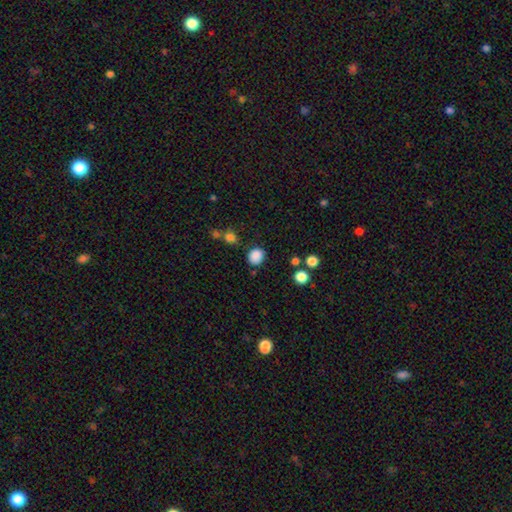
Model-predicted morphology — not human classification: This is clearly a smooth galaxy (85%). How rounded: likely round (70%). Merging: likely none (79%).